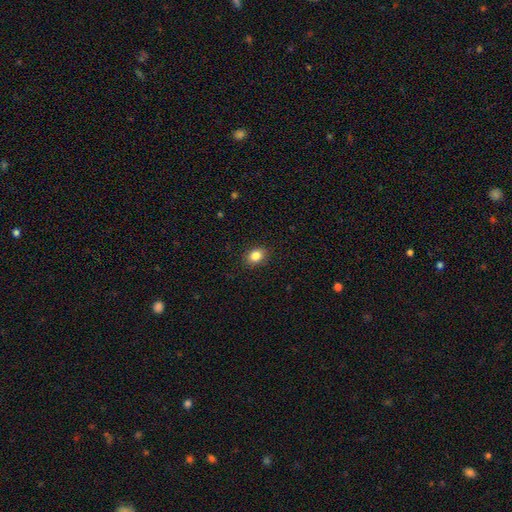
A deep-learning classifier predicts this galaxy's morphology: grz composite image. It shows a smooth galaxy with no disk features (85%) that is in between round and cigar-shaped (63%). Merging: none (89%).